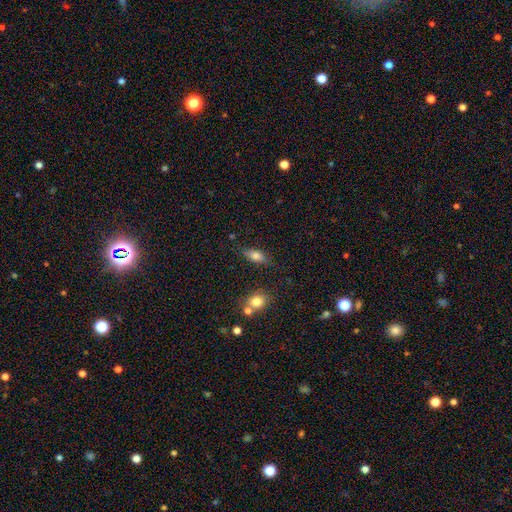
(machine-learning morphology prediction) Smooth or featured: smooth — 73% (featured or disk — 18%)
How rounded: in between — 75% (cigar-shaped — 20%)
Merging: none — 77% (minor disturbance — 15%)